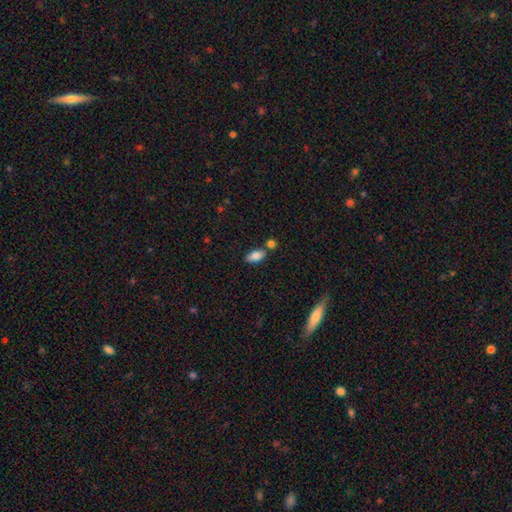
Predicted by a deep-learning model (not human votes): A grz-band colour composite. It shows a smooth galaxy with no disk features (84%) that is in between round and cigar-shaped (90%). Merging: none (70%).